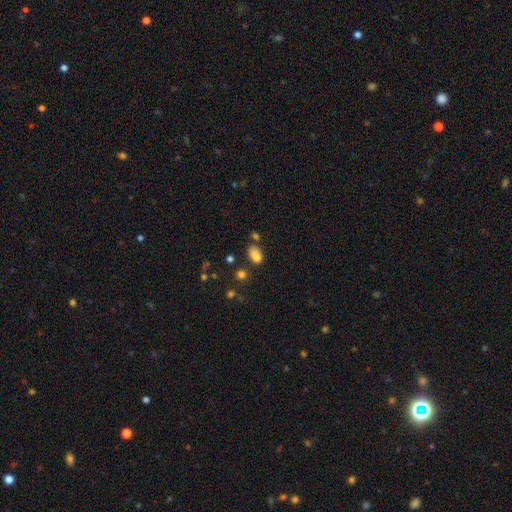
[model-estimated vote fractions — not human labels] Smooth or featured? smooth (81%)
How rounded? in between (88%)
Merging? none (60%)